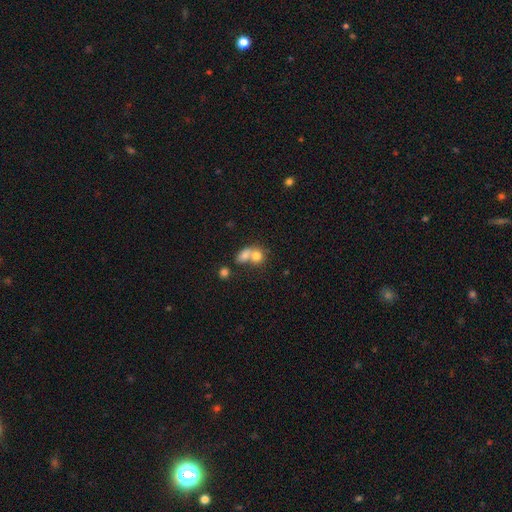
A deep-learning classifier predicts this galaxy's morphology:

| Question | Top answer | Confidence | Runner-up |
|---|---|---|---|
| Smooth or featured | smooth | 75% | featured or disk (15%) |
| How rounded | round | 61% | in between (38%) |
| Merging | merger | 64% | none (25%) |